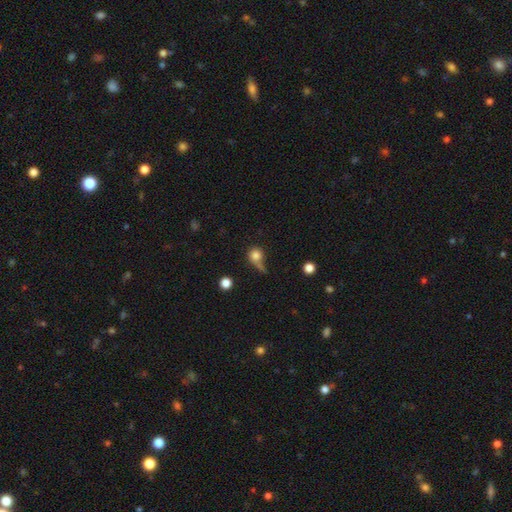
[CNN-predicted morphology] Smooth or featured: smooth — 78% (featured or disk — 11%)
How rounded: round — 84% (in between — 14%)
Merging: none — 40% (major disturbance — 21%)